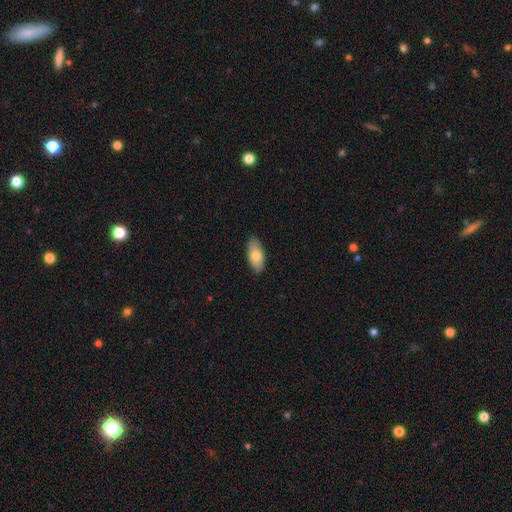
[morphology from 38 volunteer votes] Volunteers were most divided on "smooth or featured": smooth: 76%, featured or disk: 18%, star or artifact: 5%. More confident: how rounded — in between (90%); merging — none (81%).